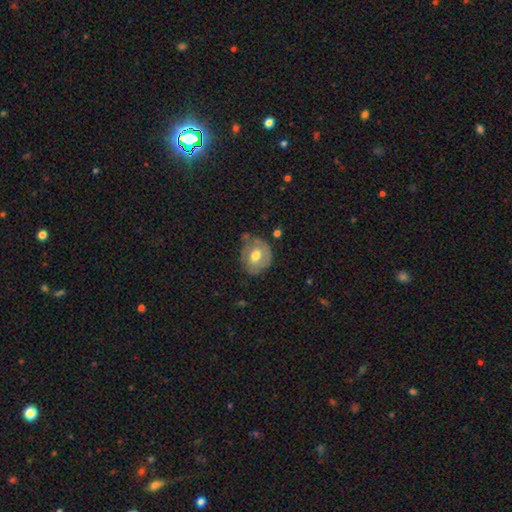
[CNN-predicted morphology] type=smooth (56%); roundness=round (60%); merging=none (56%).